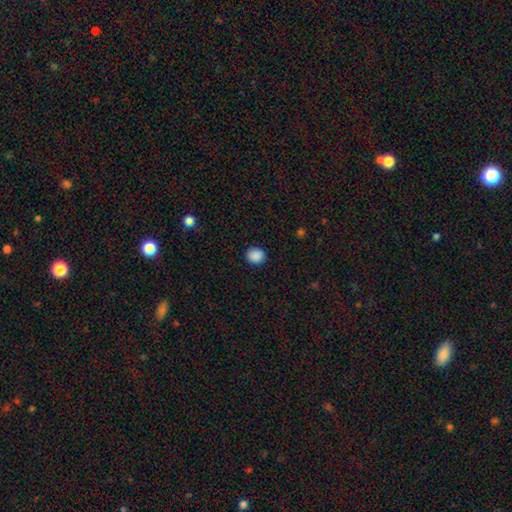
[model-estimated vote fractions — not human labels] The model was most divided on "how rounded": round: 81%, in between: 18%, cigar-shaped: 1%. More confident: merging — none (90%); smooth or featured — smooth (88%).